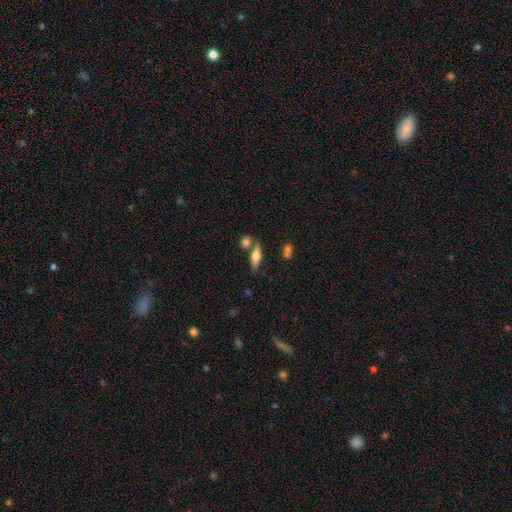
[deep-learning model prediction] Smooth or featured? Predicted: smooth (p=0.49). Merging? Predicted: none (p=0.68).